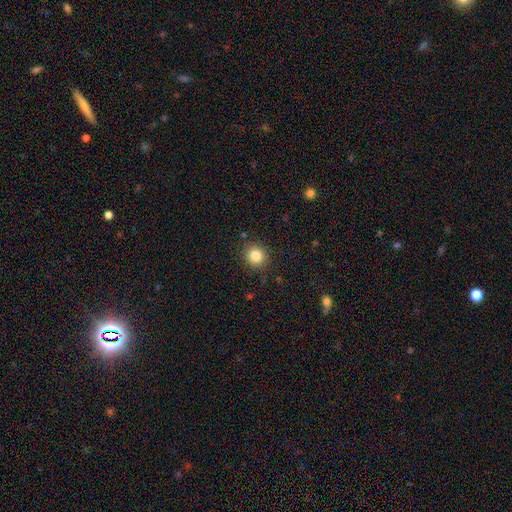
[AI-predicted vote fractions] Overall: smooth (83%). How rounded: round (83%). Merging: none (88%).